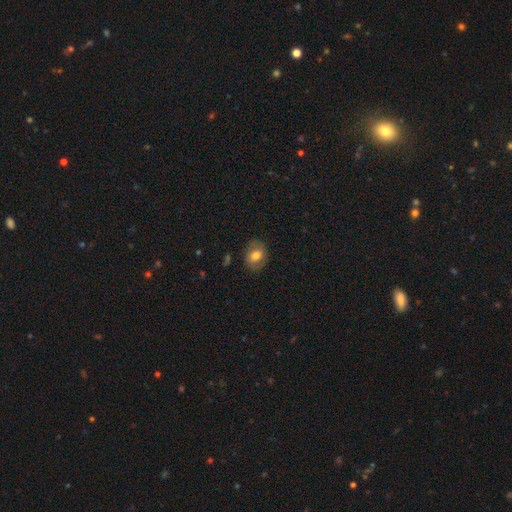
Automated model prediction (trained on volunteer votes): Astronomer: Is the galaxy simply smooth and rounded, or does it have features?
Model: smooth — 64%.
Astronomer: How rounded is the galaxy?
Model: in between — 56% (runner-up: round, 42%).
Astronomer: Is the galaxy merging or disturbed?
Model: none — 80%.